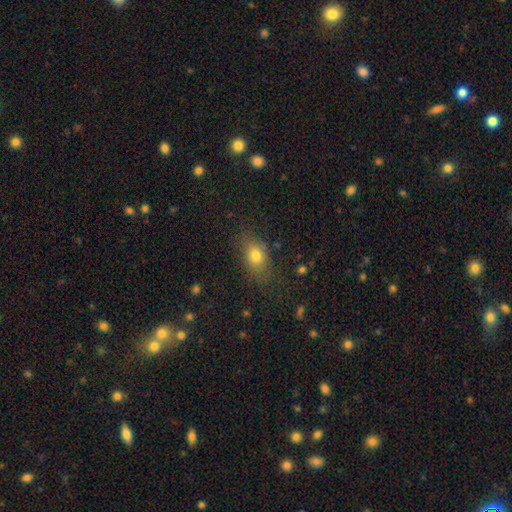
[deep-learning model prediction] The model was most divided on "how rounded": in between: 76%, round: 20%, cigar-shaped: 4%. More confident: smooth or featured — smooth (77%); merging — none (75%).